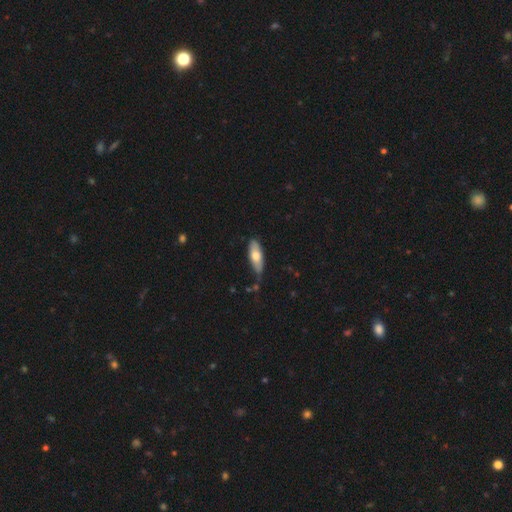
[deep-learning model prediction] This is likely a smooth galaxy (68%). How rounded: likely in between (67%). Merging: likely none (66%).